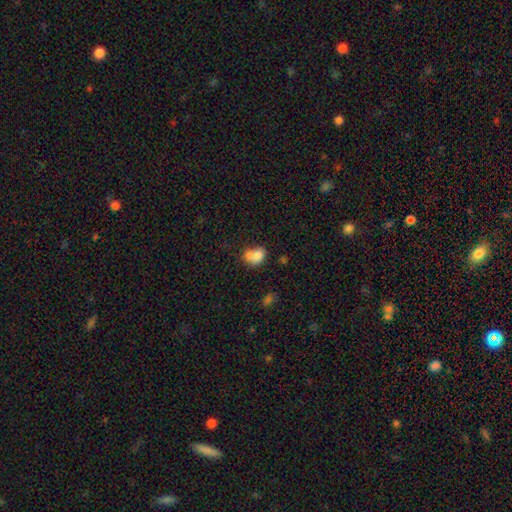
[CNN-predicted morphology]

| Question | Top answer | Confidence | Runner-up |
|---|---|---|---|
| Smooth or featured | smooth | 75% | featured or disk (15%) |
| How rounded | in between | 59% | round (40%) |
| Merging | merger | 58% | none (25%) |